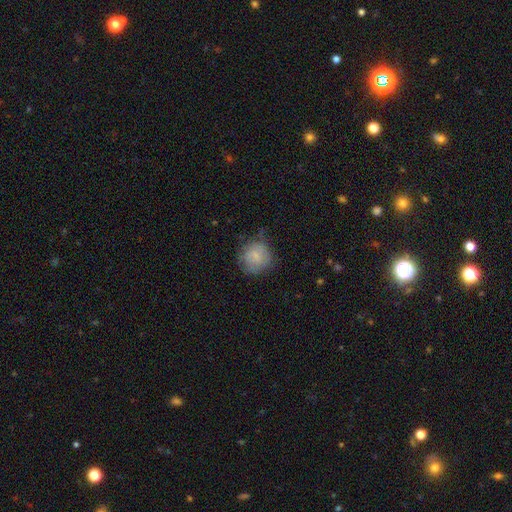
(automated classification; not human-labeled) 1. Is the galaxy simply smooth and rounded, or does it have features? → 79% smooth, 14% featured or disk, 8% star or artifact.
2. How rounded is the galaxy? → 87% round, 12% in between, 1% cigar-shaped.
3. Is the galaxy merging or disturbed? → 64% none, 25% minor disturbance, 9% major disturbance, 2% merger.